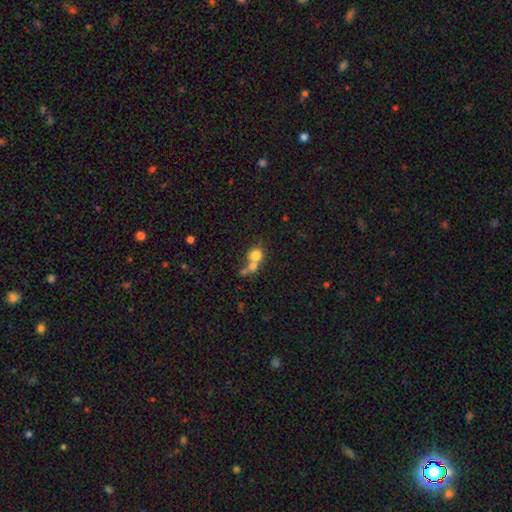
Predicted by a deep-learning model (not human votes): Overall: smooth (73%). How rounded: round (81%). Merging: merger (57%; none 31%).